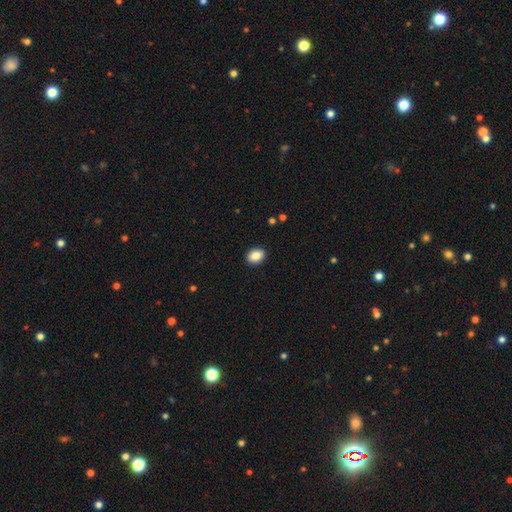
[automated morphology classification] This is clearly a smooth galaxy (87%). How rounded: likely in between (69%). Merging: clearly none (91%).